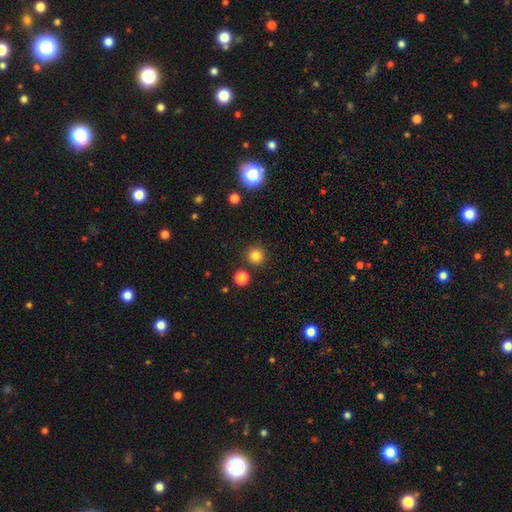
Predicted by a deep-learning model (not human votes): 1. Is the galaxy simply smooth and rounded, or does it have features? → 82% smooth, 13% star or artifact, 4% featured or disk.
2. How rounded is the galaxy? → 95% round, 4% in between, 1% cigar-shaped.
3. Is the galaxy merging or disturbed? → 89% none, 5% minor disturbance, 4% merger, 2% major disturbance.